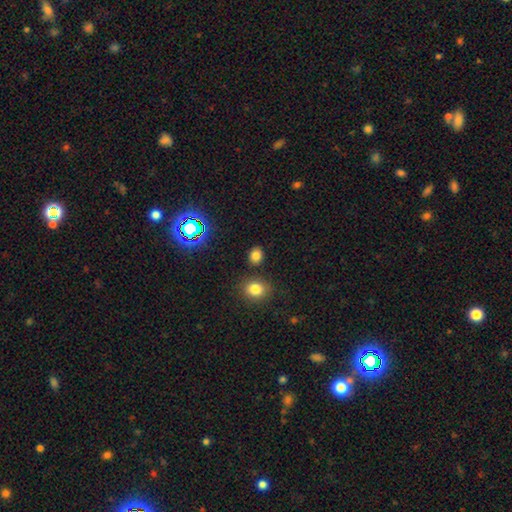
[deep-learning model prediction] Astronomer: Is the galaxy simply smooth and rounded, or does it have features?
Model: smooth — 77%.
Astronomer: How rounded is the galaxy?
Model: round — 65%.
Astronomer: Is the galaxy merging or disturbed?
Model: none — 84%.